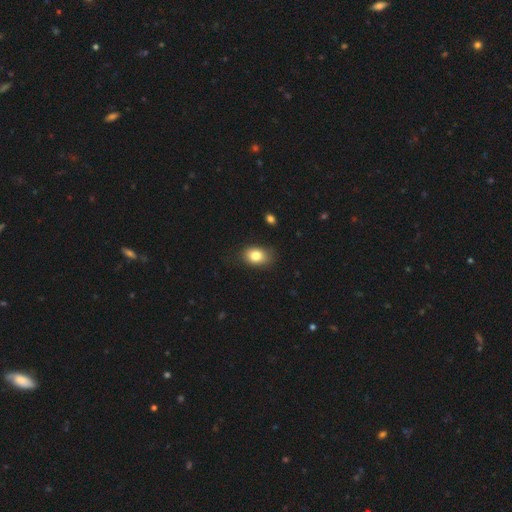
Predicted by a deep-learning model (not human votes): Smooth or featured? Predicted: smooth (p=0.82). How rounded? Predicted: in between (p=0.74). Merging? Predicted: none (p=0.78).